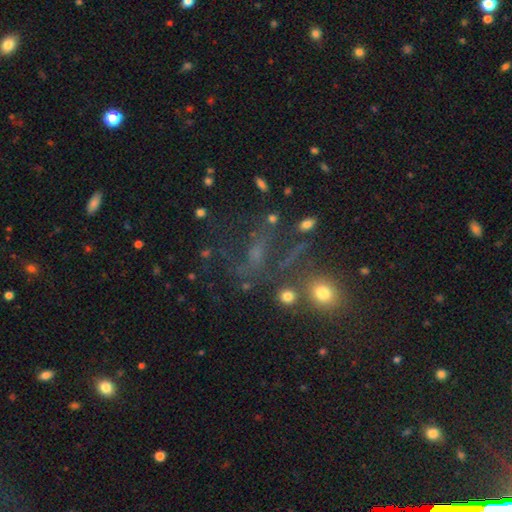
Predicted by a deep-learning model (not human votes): Smooth or featured: featured or disk — 39% (star or artifact — 35%)
Merging: none — 48% (major disturbance — 25%)